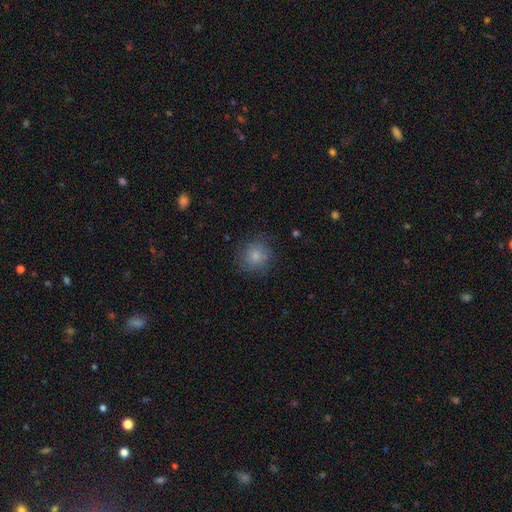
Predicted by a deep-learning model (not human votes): Smooth or featured? Predicted: smooth (p=0.80). How rounded? Predicted: round (p=0.88). Merging? Predicted: none (p=0.77).